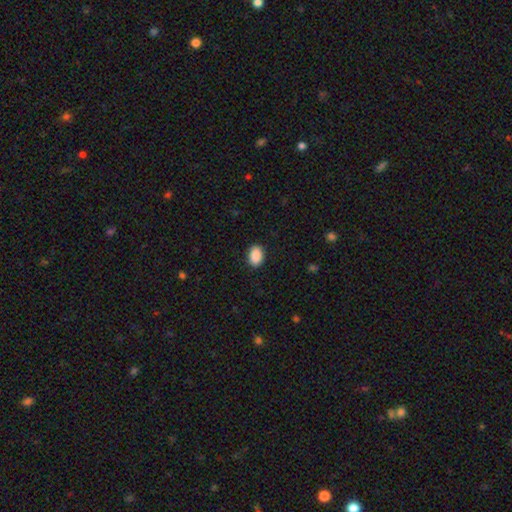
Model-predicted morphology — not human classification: smooth 90%, star or artifact 7%, featured or disk 3%. Down the decision tree: how rounded — in between (83%); merging — none (90%).